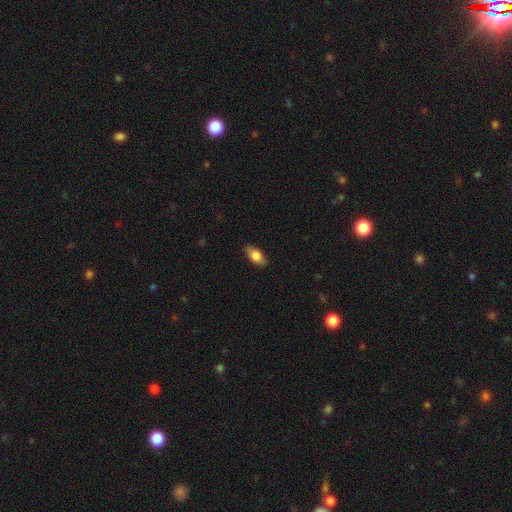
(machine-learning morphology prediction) Smooth or featured: smooth — 78% (featured or disk — 15%)
How rounded: in between — 87% (cigar-shaped — 8%)
Merging: none — 83% (minor disturbance — 13%)